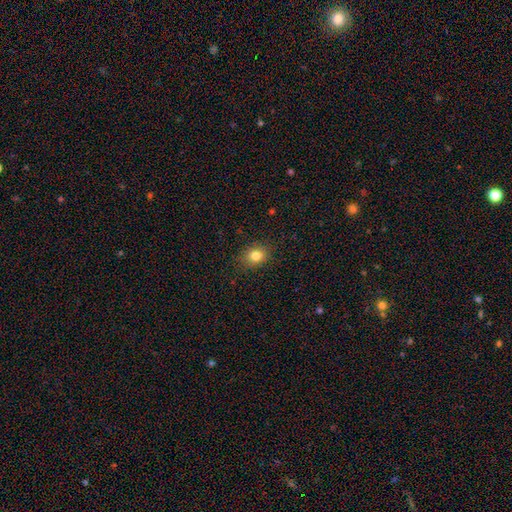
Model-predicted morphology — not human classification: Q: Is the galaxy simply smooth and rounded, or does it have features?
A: smooth — 81%.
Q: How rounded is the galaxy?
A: round — 52%.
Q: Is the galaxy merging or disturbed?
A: none — 87%.